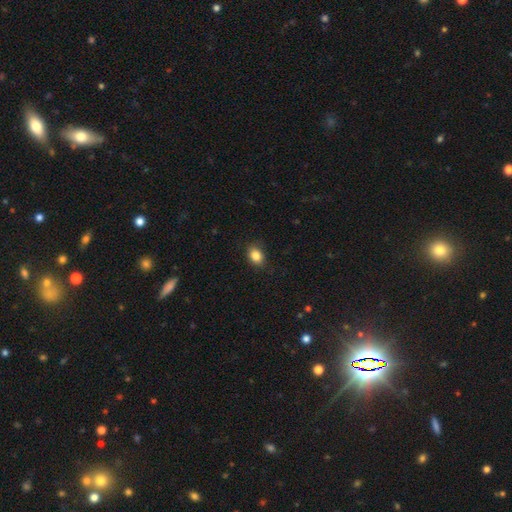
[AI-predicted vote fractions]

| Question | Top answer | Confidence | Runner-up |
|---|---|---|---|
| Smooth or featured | smooth | 86% | star or artifact (9%) |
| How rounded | in between | 72% | round (27%) |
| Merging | none | 87% | minor disturbance (10%) |